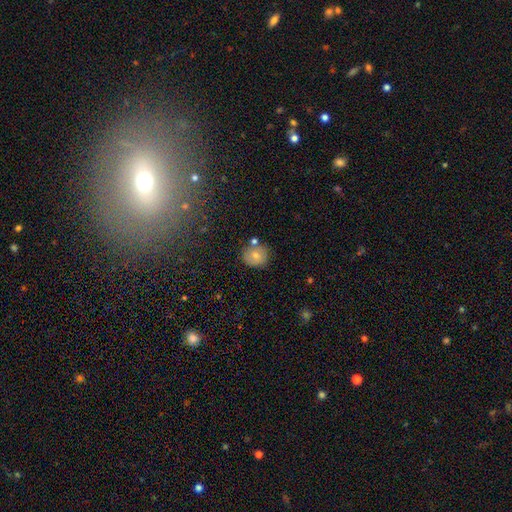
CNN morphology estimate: type=smooth (69%); roundness=round (85%); merging=none (71%).